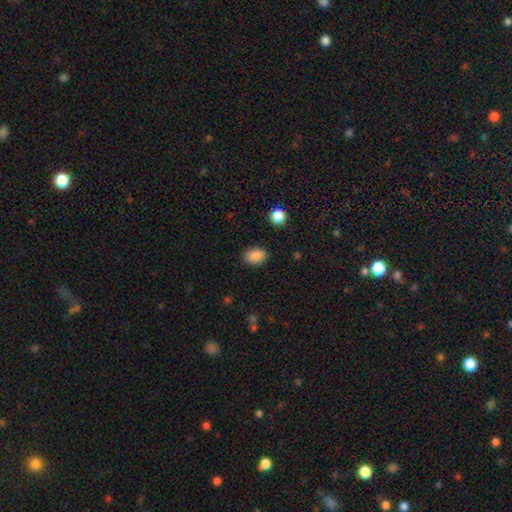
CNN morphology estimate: smooth_or_featured: smooth (p=0.87) [alt: star or artifact p=0.09]
how_rounded: in between (p=0.76) [alt: round p=0.23]
merging: none (p=0.86) [alt: minor disturbance p=0.10]